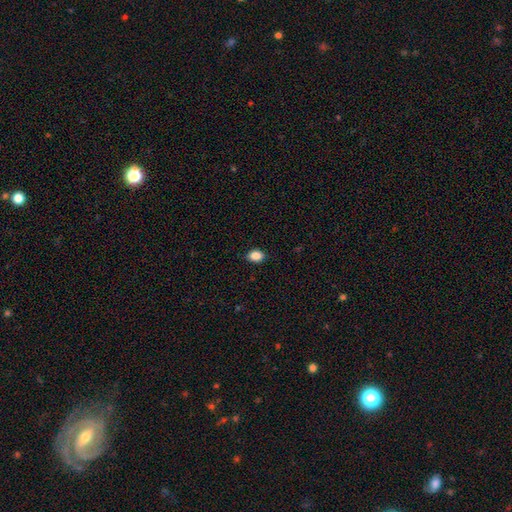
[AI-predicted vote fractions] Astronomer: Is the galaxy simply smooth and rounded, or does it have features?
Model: smooth — 88%.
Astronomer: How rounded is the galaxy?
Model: in between — 78%.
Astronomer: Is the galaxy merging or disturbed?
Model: none — 88%.